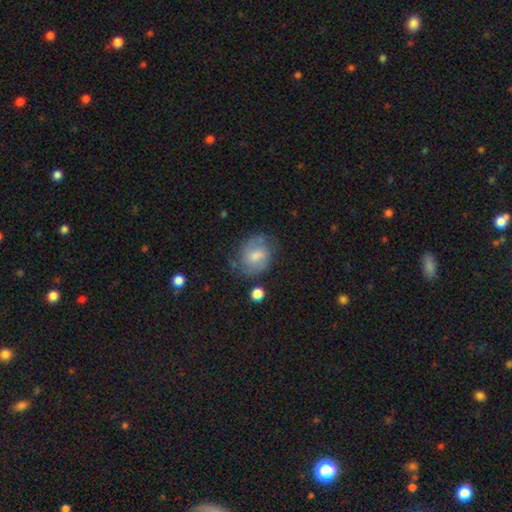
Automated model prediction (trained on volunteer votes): Morphology: type=featured or disk (49%); merging=none (64%).